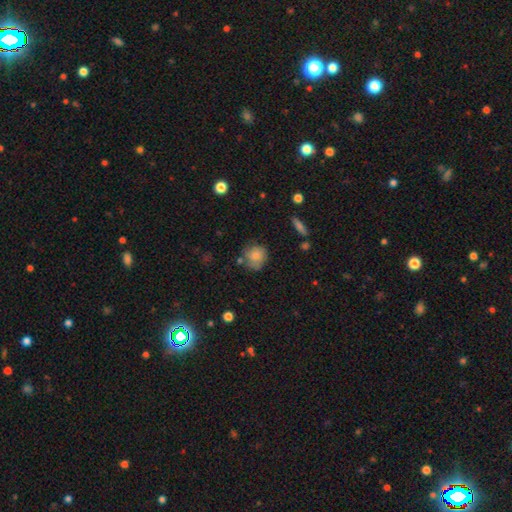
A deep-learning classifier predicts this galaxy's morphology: Smooth or featured: smooth — 76% (featured or disk — 16%)
How rounded: round — 82% (in between — 16%)
Merging: none — 62% (minor disturbance — 25%)